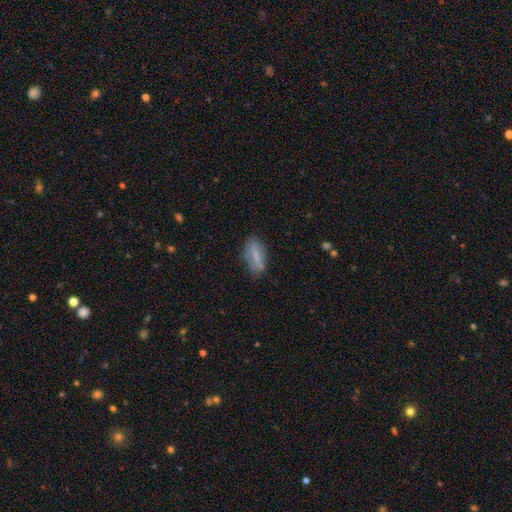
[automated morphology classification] Smooth or featured? Predicted: smooth (p=0.60). How rounded? Predicted: in between (p=0.75). Merging? Predicted: none (p=0.72).